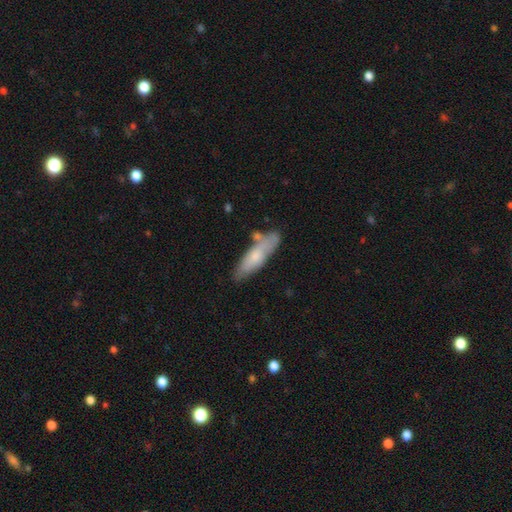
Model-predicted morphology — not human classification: A smooth galaxy with no disk features (63%) that is cigar-shaped (64%).

Vote fractions:
- Smooth or featured? smooth: 63% / featured or disk: 31% / star or artifact: 6%
- How rounded? cigar-shaped: 64% / in between: 34% / round: 2%
- Merging? none: 65% / minor disturbance: 22% / merger: 8% / major disturbance: 5%